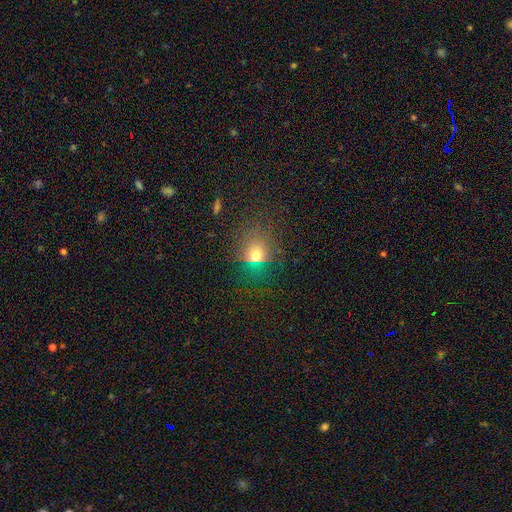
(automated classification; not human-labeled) Smooth or featured?
  - smooth: 65% *
  - star or artifact: 24%
  - featured or disk: 11%
How rounded?
  - round: 75% *
  - in between: 24%
  - cigar-shaped: 2%
Merging?
  - none: 71% *
  - minor disturbance: 15%
  - major disturbance: 10%
  - merger: 4%